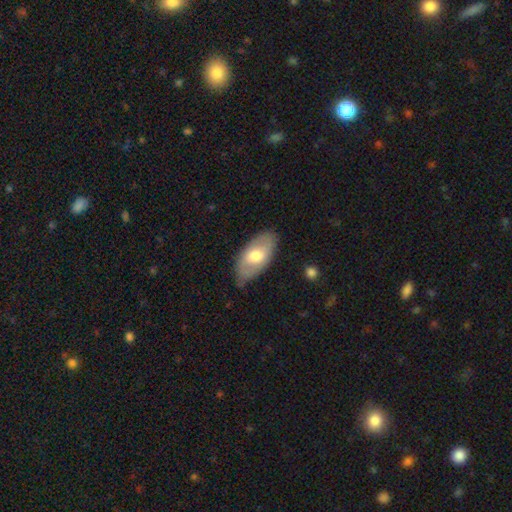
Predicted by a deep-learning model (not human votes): Overall: smooth (60%; featured or disk 35%). How rounded: in between (93%). Merging: none (71%).